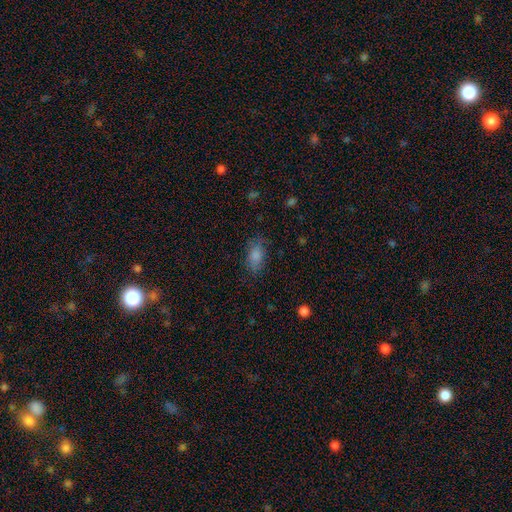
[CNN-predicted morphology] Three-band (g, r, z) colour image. It shows a smooth galaxy with no disk features (82%) that is in between round and cigar-shaped (88%). Merging: none (74%).